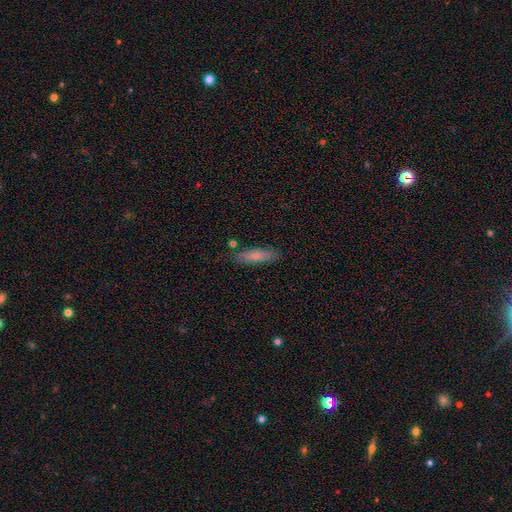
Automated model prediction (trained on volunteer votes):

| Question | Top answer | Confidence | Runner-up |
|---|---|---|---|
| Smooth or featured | smooth | 71% | featured or disk (22%) |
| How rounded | cigar-shaped | 67% | in between (31%) |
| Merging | none | 81% | minor disturbance (13%) |